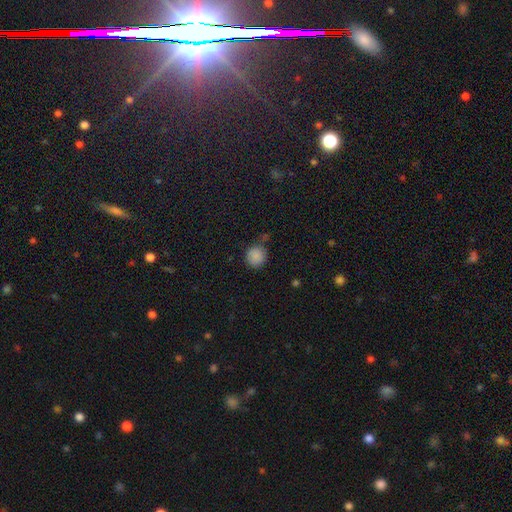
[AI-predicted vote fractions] smooth 87%, star or artifact 9%, featured or disk 4%. Down the decision tree: how rounded — round (90%); merging — none (74%).